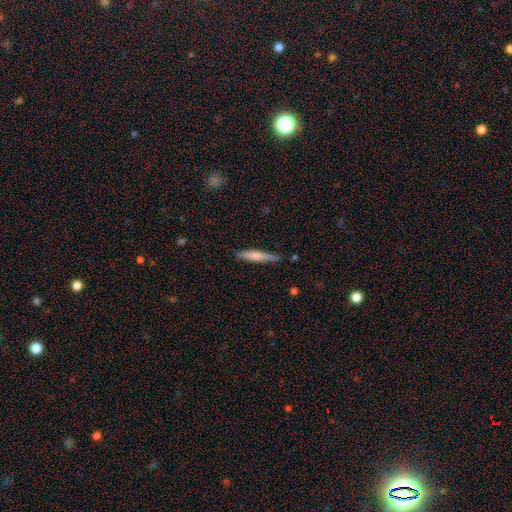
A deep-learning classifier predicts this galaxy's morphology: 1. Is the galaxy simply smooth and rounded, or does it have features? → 66% smooth, 29% featured or disk, 6% star or artifact.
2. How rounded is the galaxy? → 91% cigar-shaped, 8% in between, 1% round.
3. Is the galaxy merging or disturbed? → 81% none, 14% minor disturbance, 2% major disturbance, 2% merger.